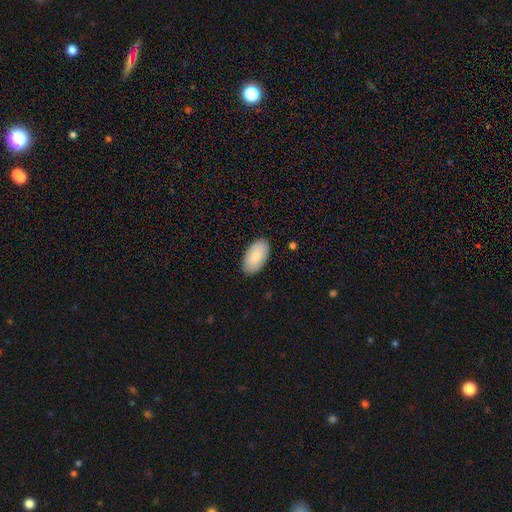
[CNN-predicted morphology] Smooth or featured: smooth — 85% (featured or disk — 9%)
How rounded: in between — 96% (round — 3%)
Merging: none — 88% (minor disturbance — 9%)